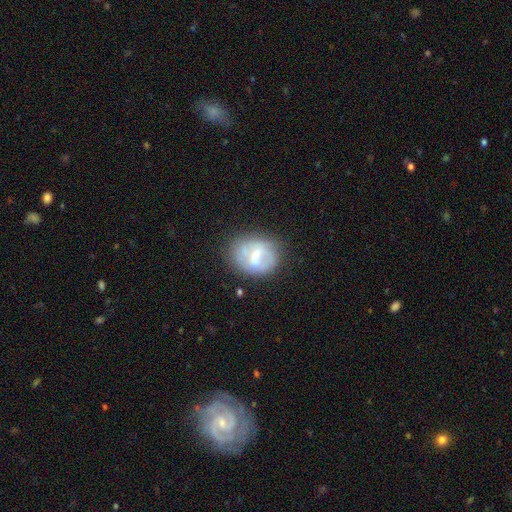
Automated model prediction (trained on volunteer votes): A featured or disk galaxy (51%).

Vote fractions:
- Smooth or featured? featured or disk: 51% / smooth: 41% / star or artifact: 9%
- Edge-on disk? no: 95% / yes: 5%
- Merging? none: 60% / minor disturbance: 23% / major disturbance: 12% / merger: 5%